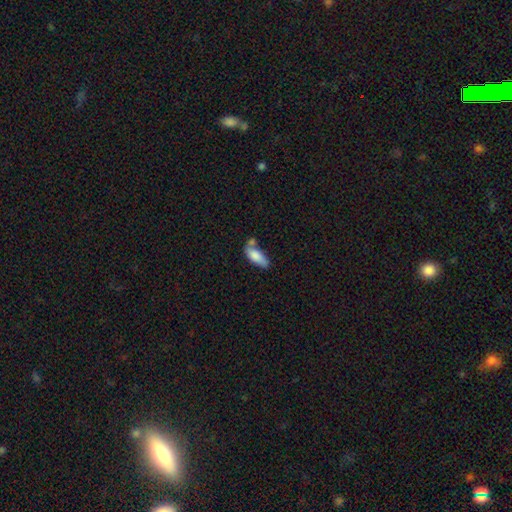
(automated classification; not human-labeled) Smooth or featured? smooth (81%)
How rounded? in between (79%)
Merging? none (43%)